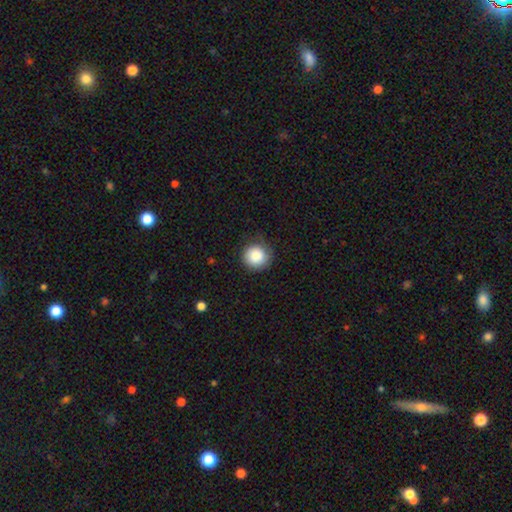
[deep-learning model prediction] A smooth galaxy with no disk features (87%) that is round (94%).

Vote fractions:
- Smooth or featured? smooth: 87% / star or artifact: 8% / featured or disk: 5%
- How rounded? round: 94% / in between: 5% / cigar-shaped: 1%
- Merging? none: 79% / minor disturbance: 16% / major disturbance: 4% / merger: 1%